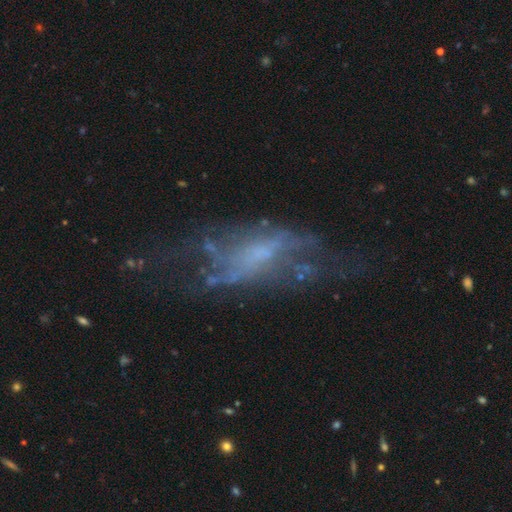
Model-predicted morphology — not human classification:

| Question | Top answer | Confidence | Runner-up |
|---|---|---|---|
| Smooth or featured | featured or disk | 69% | smooth (19%) |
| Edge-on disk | no | 87% | yes (13%) |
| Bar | no | 62% | weak (30%) |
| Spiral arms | yes | 53% | no (47%) |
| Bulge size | small | 41% | none (33%) |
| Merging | none | 47% | major disturbance (27%) |